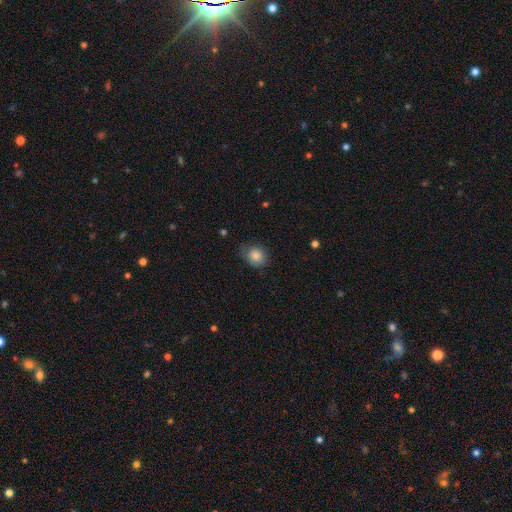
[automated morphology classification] Smooth or featured?
  - smooth: 85% *
  - star or artifact: 9%
  - featured or disk: 6%
How rounded?
  - round: 62% *
  - in between: 37%
  - cigar-shaped: 1%
Merging?
  - none: 66% *
  - minor disturbance: 27%
  - major disturbance: 6%
  - merger: 1%